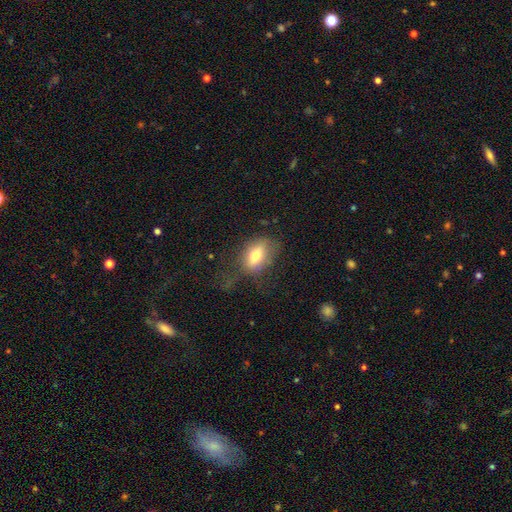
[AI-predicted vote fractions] Overall: smooth (69%). How rounded: in between (81%). Merging: none (53%; minor disturbance 24%).